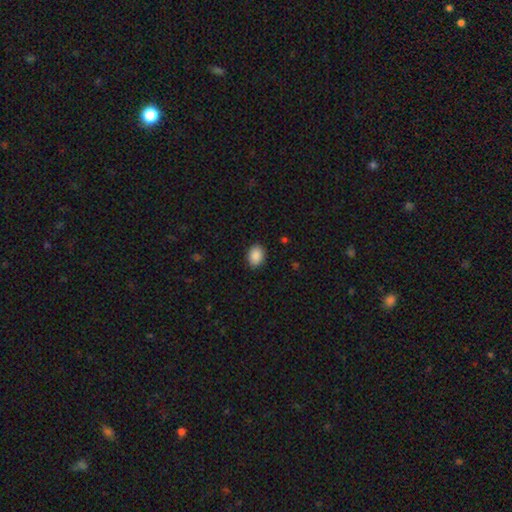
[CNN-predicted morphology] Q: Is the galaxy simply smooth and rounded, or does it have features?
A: smooth — 90%.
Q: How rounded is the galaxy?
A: in between — 66%.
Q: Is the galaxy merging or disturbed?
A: none — 89%.